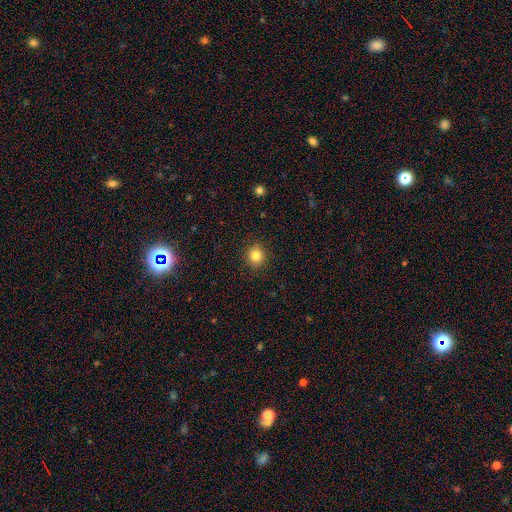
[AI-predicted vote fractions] A smooth galaxy with no disk features (83%) that is round (85%). Merging: none (90%).